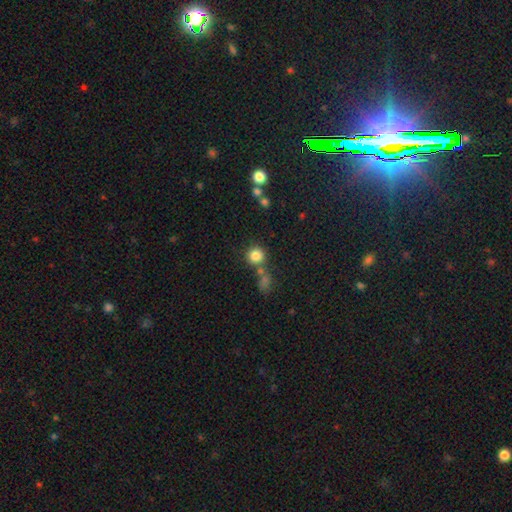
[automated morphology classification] smooth 82%, star or artifact 12%, featured or disk 6%. Down the decision tree: how rounded — round (92%); merging — none (68%).